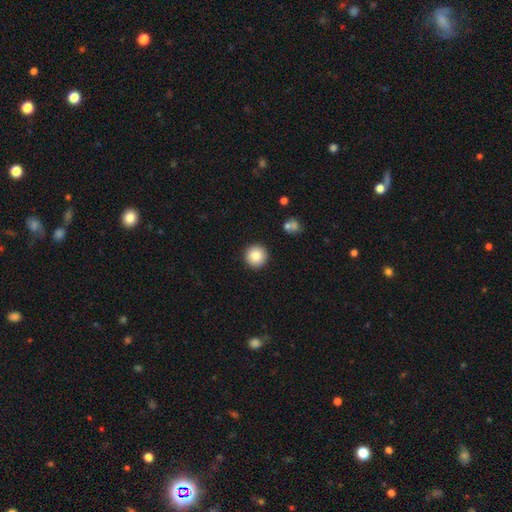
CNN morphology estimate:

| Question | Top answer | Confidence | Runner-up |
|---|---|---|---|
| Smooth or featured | smooth | 84% | star or artifact (9%) |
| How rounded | round | 96% | in between (3%) |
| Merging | none | 92% | minor disturbance (5%) |